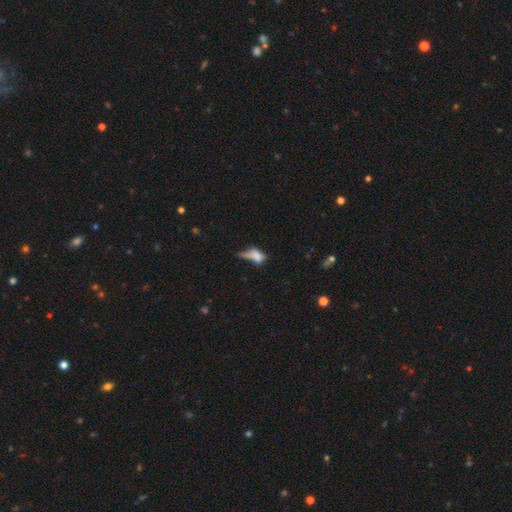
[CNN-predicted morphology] Overall: smooth (63%; featured or disk 25%). How rounded: in between (75%). Merging: major disturbance (34%; minor disturbance 25%).